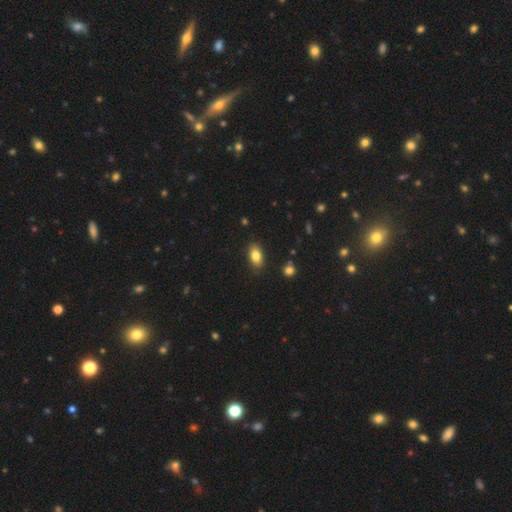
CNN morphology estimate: Smooth or featured? Predicted: smooth (p=0.81). How rounded? Predicted: in between (p=0.89). Merging? Predicted: none (p=0.85).